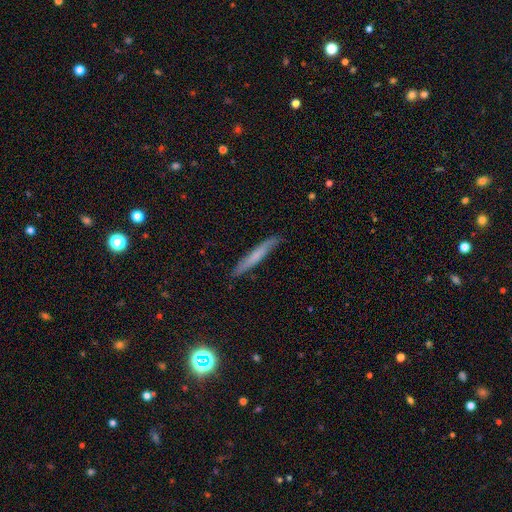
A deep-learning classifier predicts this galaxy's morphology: Smooth or featured? Predicted: smooth (p=0.59). How rounded? Predicted: cigar-shaped (p=0.95). Merging? Predicted: none (p=0.85).